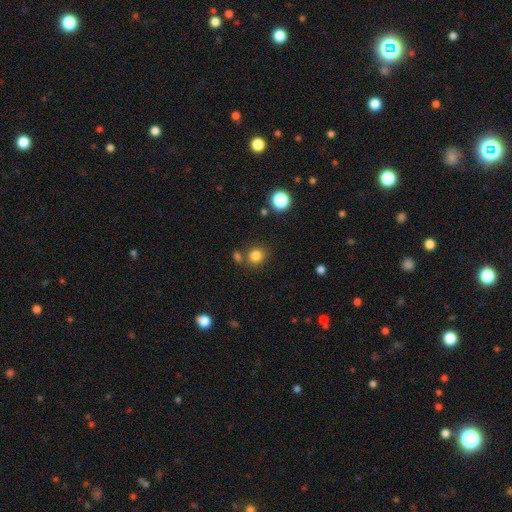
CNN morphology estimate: This is clearly a smooth galaxy (81%). How rounded: clearly round (87%). Merging: likely none (75%).